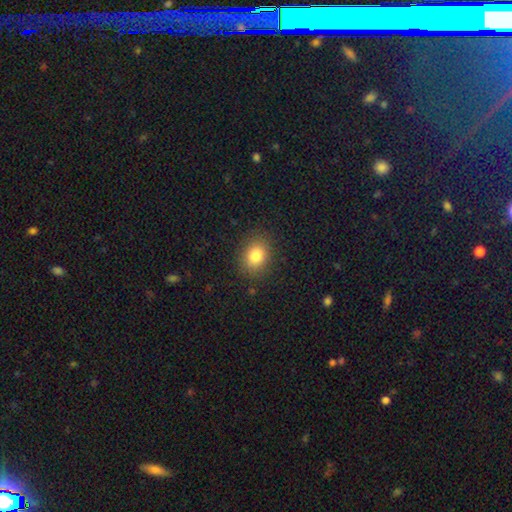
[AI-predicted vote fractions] Smooth or featured?
  - smooth: 82% *
  - star or artifact: 10%
  - featured or disk: 7%
How rounded?
  - in between: 52% *
  - round: 47%
  - cigar-shaped: 1%
Merging?
  - none: 86% *
  - minor disturbance: 9%
  - major disturbance: 3%
  - merger: 1%